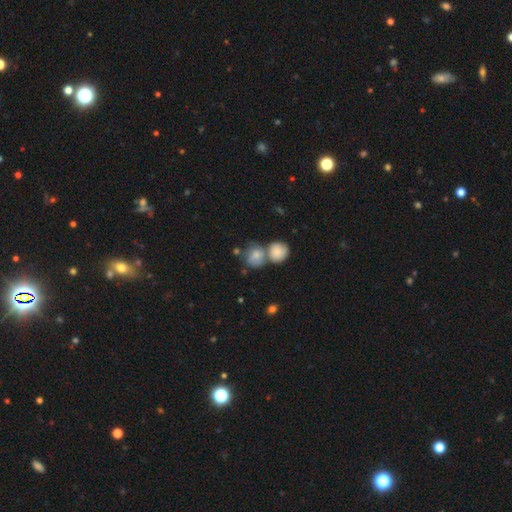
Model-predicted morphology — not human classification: Overall: smooth (69%). How rounded: round (68%; in between 30%). Merging: merger (52%; none 31%).